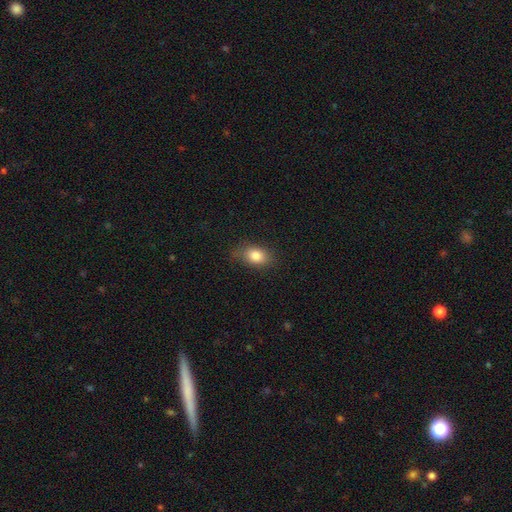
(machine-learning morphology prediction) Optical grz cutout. It shows a smooth galaxy with no disk features (83%) that is in between round and cigar-shaped (78%). Merging: none (76%).